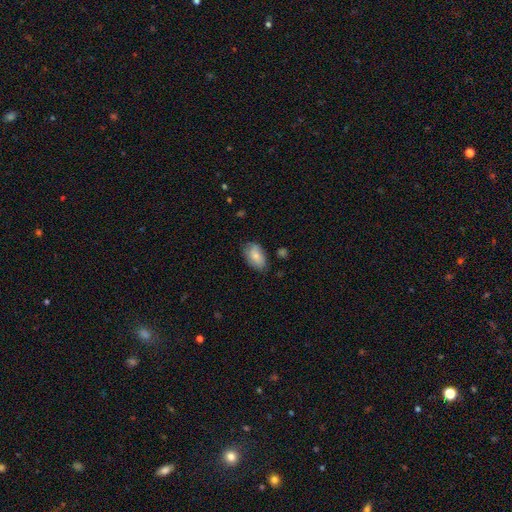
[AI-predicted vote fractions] Smooth or featured? Predicted: smooth (p=0.78). How rounded? Predicted: in between (p=0.92). Merging? Predicted: none (p=0.70).